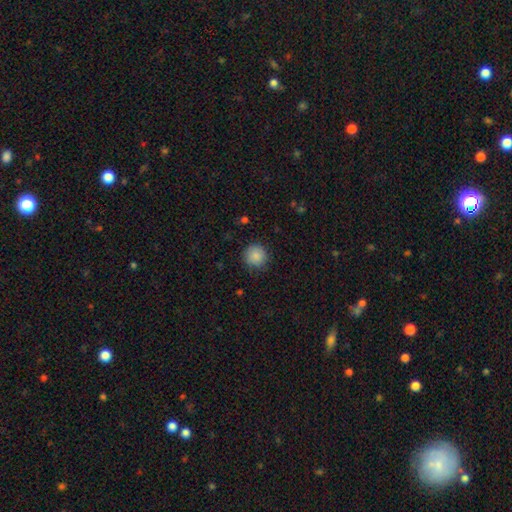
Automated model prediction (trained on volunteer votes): This appears to be a smooth galaxy with no disk features (87%) that is round (93%). Merging: none (83%).